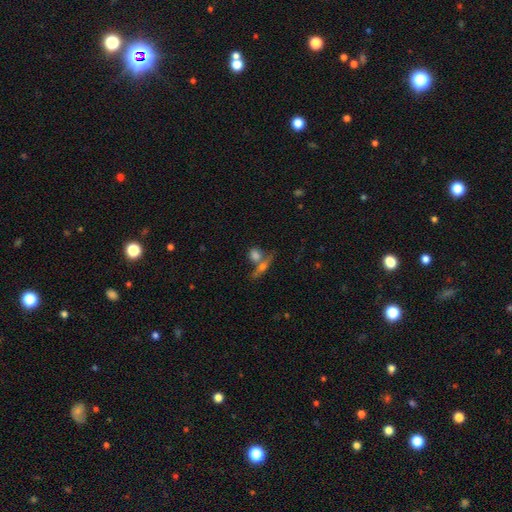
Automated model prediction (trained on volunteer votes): smooth_or_featured: smooth (p=0.68) [alt: featured or disk p=0.20]
how_rounded: round (p=0.46) [alt: in between p=0.44]
merging: none (p=0.43) [alt: merger p=0.41]